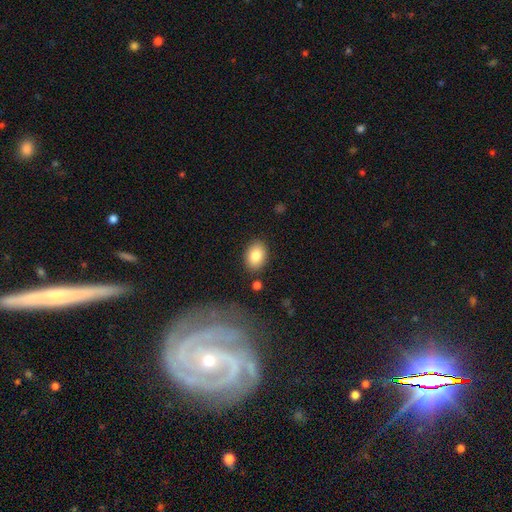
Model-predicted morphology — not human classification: type=smooth (84%); roundness=in between (77%); merging=none (85%).